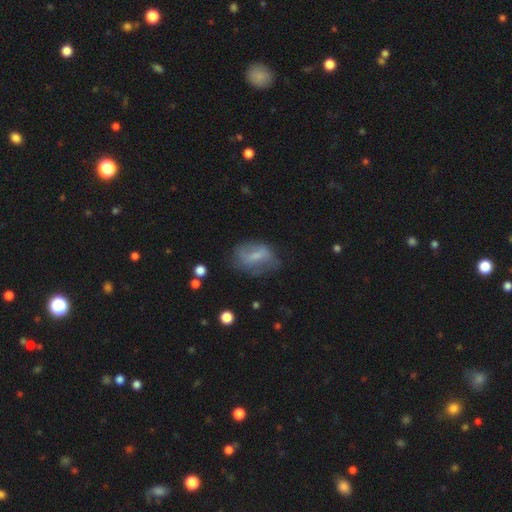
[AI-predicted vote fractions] This is possibly a smooth galaxy (47%). Merging: possibly none (56%).